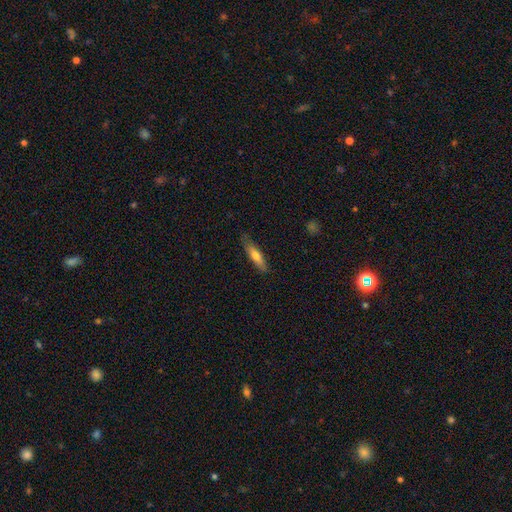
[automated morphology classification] This is likely a smooth galaxy (64%). How rounded: likely cigar-shaped (73%). Merging: likely none (78%).